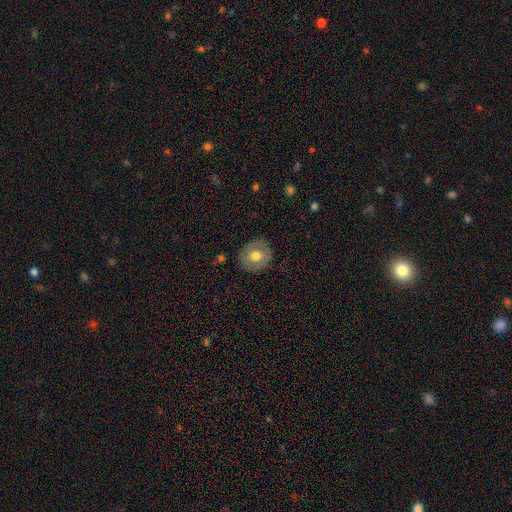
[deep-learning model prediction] This appears to be a smooth galaxy with no disk features (65%) that is round (85%). Merging: none (87%).